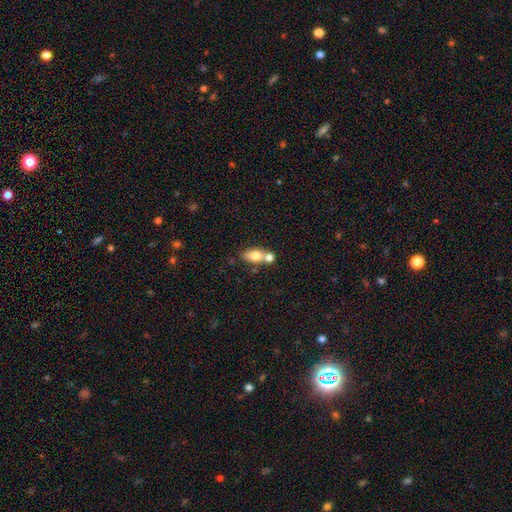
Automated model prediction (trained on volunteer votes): A smooth galaxy with no disk features (73%) that is in between round and cigar-shaped (80%).

Vote fractions:
- Smooth or featured? smooth: 73% / featured or disk: 18% / star or artifact: 8%
- How rounded? in between: 80% / round: 15% / cigar-shaped: 6%
- Merging? merger: 47% / none: 40% / minor disturbance: 10% / major disturbance: 4%